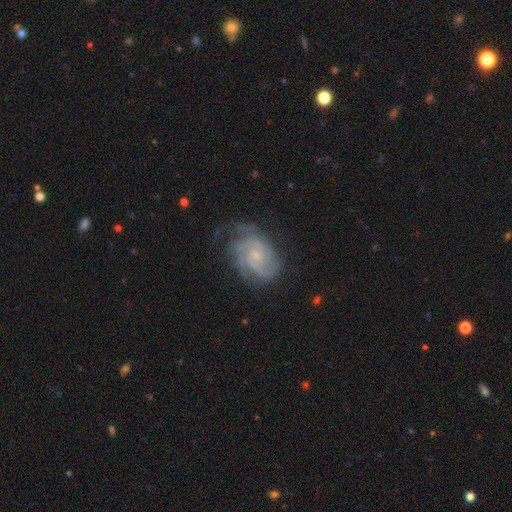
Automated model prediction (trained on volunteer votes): Q: Smooth or featured?
A: featured or disk (85%); runner-up: smooth (9%)
Q: Edge-on disk?
A: no (98%); runner-up: yes (2%)
Q: Bar?
A: no (70%); runner-up: weak (26%)
Q: Spiral arms?
A: yes (96%); runner-up: no (4%)
Q: Spiral winding?
A: tight (53%); runner-up: medium (38%)
Q: Spiral arm count?
A: 3 (29%); runner-up: 2 (25%)
Q: Bulge size?
A: small (74%); runner-up: moderate (19%)
Q: Merging?
A: none (62%); runner-up: minor disturbance (23%)